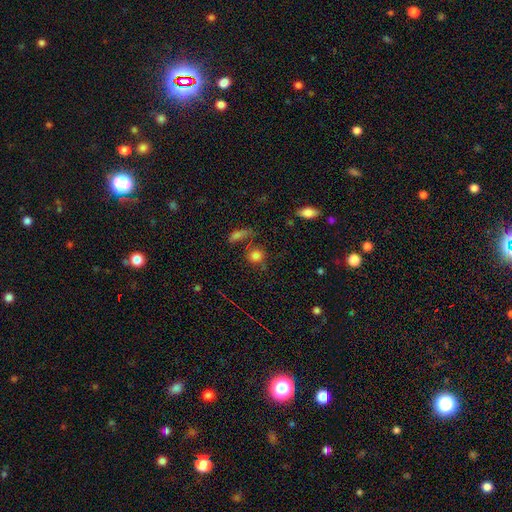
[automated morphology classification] Smooth or featured: smooth — 79% (star or artifact — 14%)
How rounded: round — 83% (in between — 14%)
Merging: none — 69% (minor disturbance — 14%)